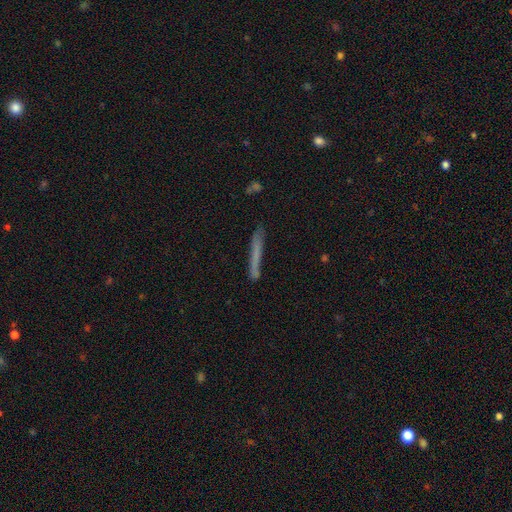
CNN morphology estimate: The model was most divided on "smooth or featured": smooth: 61%, featured or disk: 31%, star or artifact: 8%. More confident: how rounded — cigar-shaped (96%); merging — none (81%).